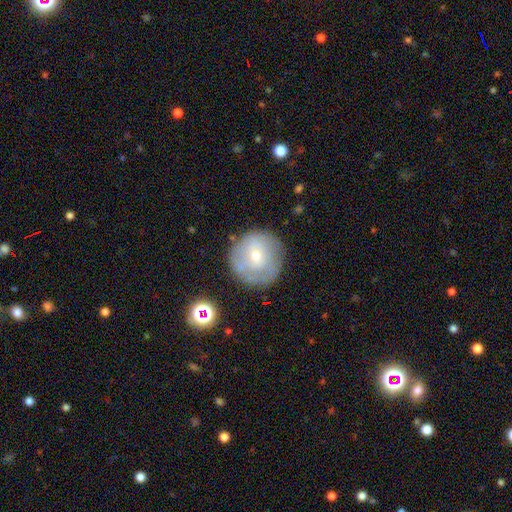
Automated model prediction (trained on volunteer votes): smooth_or_featured: smooth (p=0.52) [alt: featured or disk p=0.39]
how_rounded: round (p=0.93) [alt: in between p=0.06]
merging: none (p=0.75) [alt: minor disturbance p=0.16]